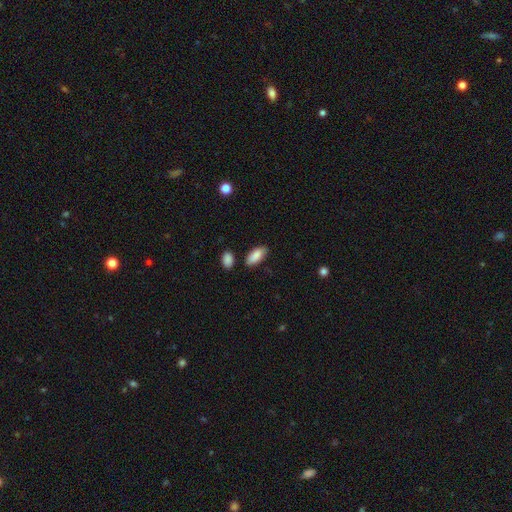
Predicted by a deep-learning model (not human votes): This appears to be a smooth galaxy with no disk features (88%) that is in between round and cigar-shaped (89%). Merging: none (78%).